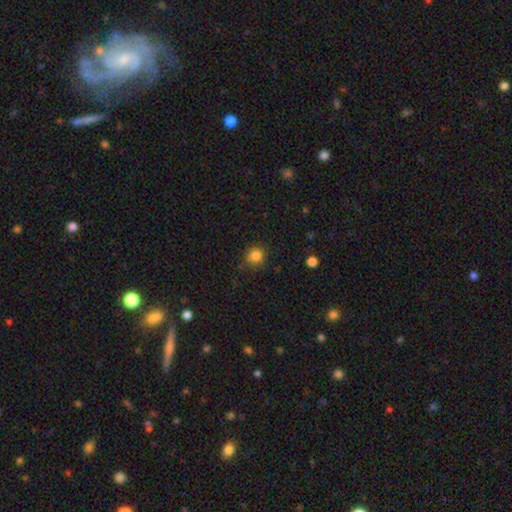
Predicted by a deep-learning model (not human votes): A smooth galaxy with no disk features (83%) that is round (83%). Merging: none (73%).